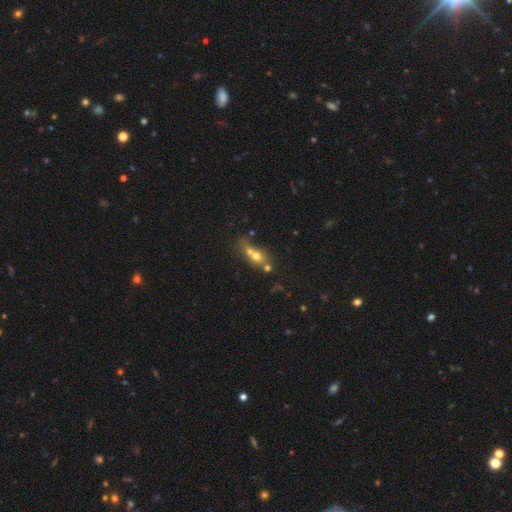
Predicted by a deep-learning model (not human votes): Overall: smooth (59%; featured or disk 25%). How rounded: round (62%; in between 33%). Merging: merger (61%; none 26%).